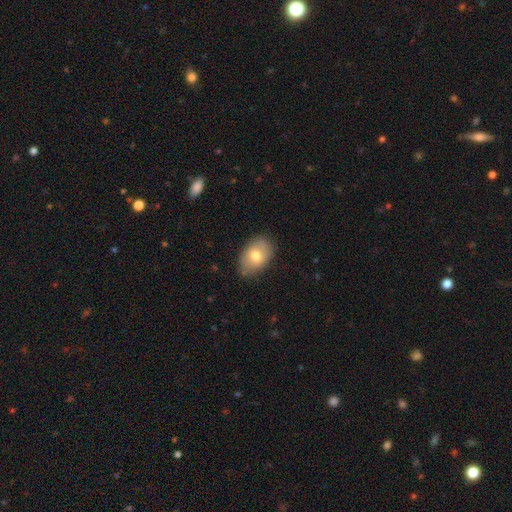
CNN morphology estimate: Smooth or featured? Predicted: smooth (p=0.72). How rounded? Predicted: in between (p=0.85). Merging? Predicted: none (p=0.80).